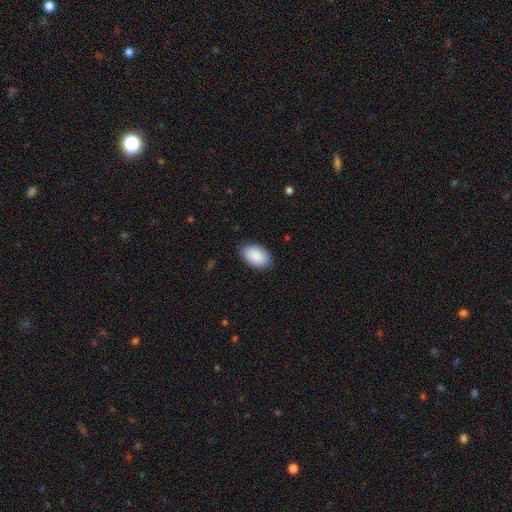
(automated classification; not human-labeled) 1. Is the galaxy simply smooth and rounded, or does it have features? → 90% smooth, 6% star or artifact, 5% featured or disk.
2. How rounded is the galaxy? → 93% in between, 6% round, 1% cigar-shaped.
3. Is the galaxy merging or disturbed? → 85% none, 12% minor disturbance, 2% major disturbance, 1% merger.